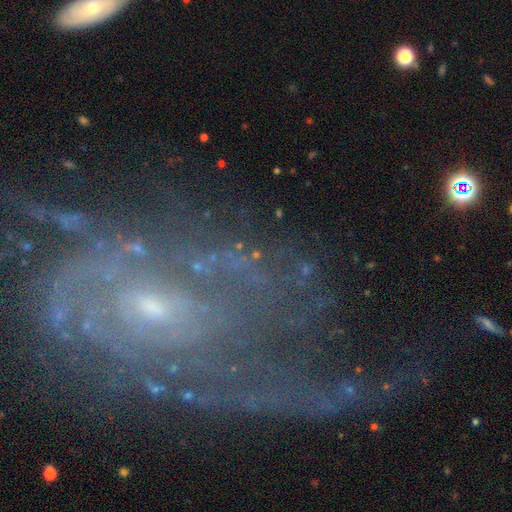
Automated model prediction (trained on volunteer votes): A star or artifact, not a galaxy (49%).

Vote fractions:
- Smooth or featured? star or artifact: 49% / featured or disk: 33% / smooth: 18%